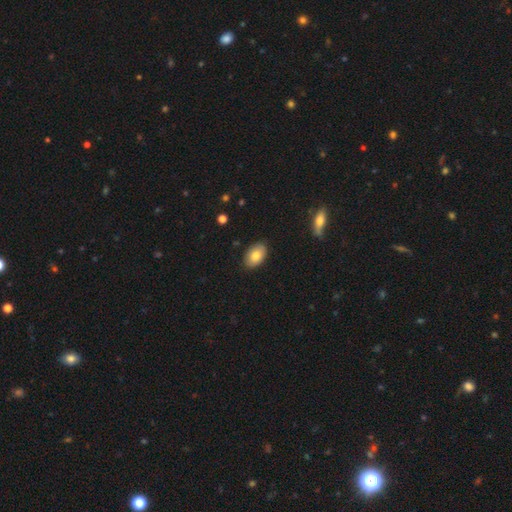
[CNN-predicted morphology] Overall: smooth (81%). How rounded: in between (92%). Merging: none (87%).